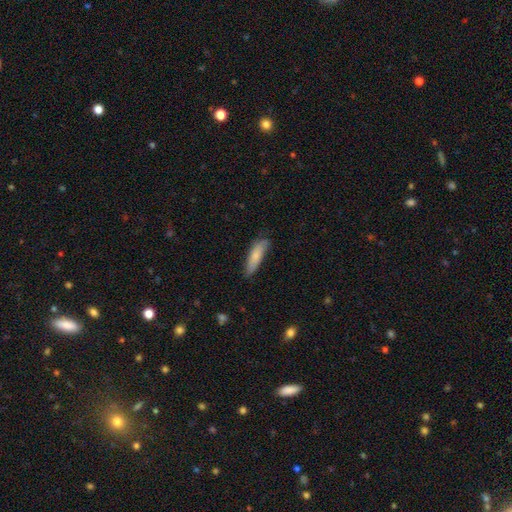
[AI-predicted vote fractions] This appears to be a smooth galaxy with no disk features (78%) that is cigar-shaped (60%). Merging: none (70%).